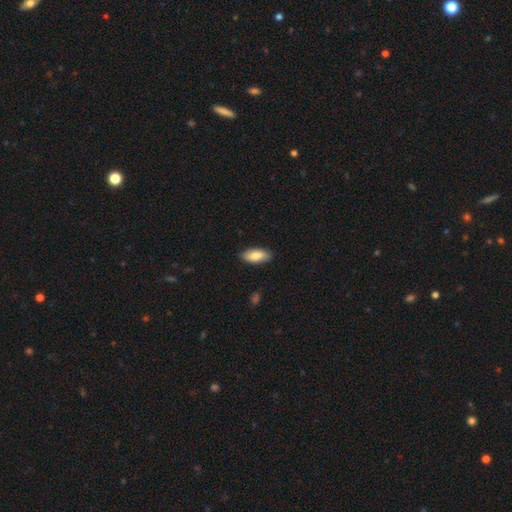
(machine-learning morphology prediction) This is clearly a smooth galaxy (84%). How rounded: clearly in between (86%). Merging: clearly none (87%).